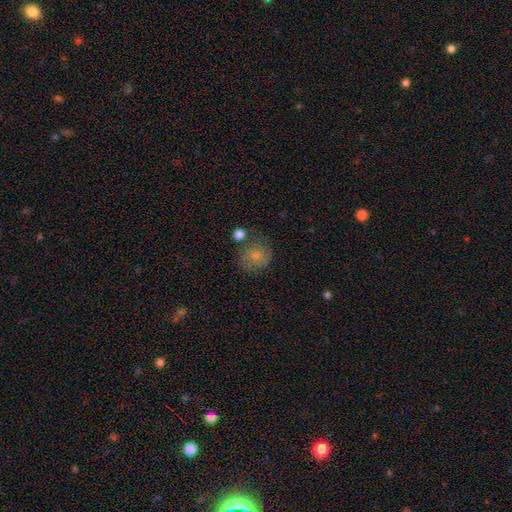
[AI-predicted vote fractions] Overall: smooth (75%). How rounded: round (76%). Merging: none (61%).